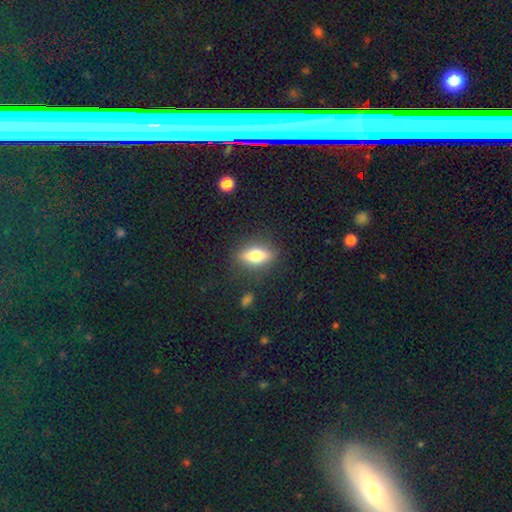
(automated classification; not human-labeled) smooth 59%, featured or disk 33%, star or artifact 8%. Down the decision tree: how rounded — in between (62%); merging — none (84%).